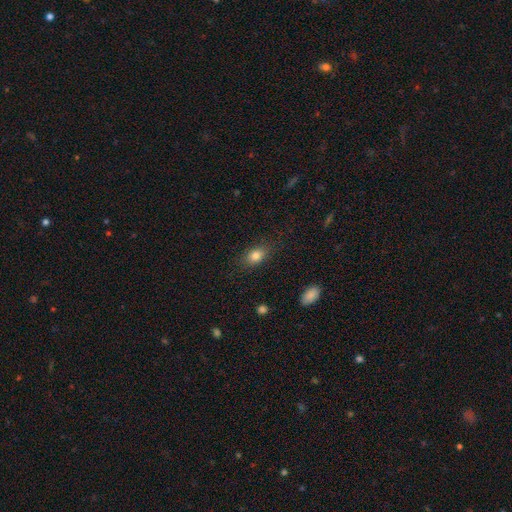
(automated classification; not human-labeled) Smooth or featured? Predicted: smooth (p=0.82). How rounded? Predicted: in between (p=0.76). Merging? Predicted: none (p=0.82).